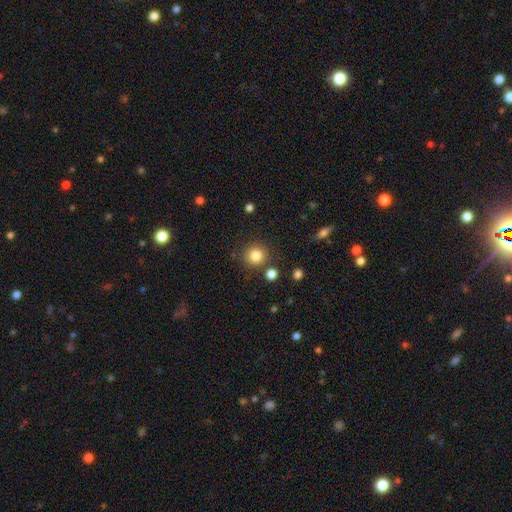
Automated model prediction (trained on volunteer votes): Smooth or featured? Predicted: smooth (p=0.83). How rounded? Predicted: round (p=0.92). Merging? Predicted: none (p=0.85).